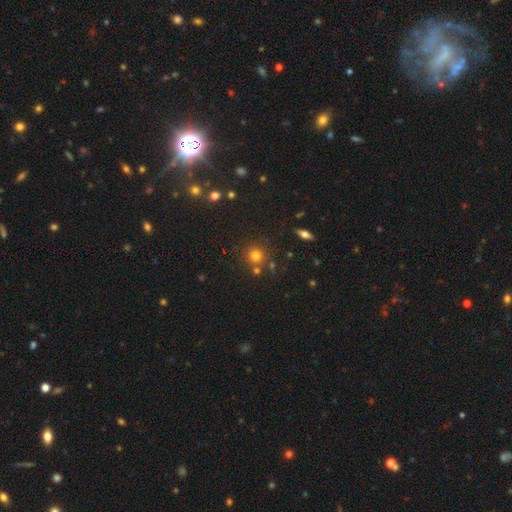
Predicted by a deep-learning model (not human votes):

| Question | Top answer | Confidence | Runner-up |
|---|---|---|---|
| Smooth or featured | smooth | 74% | star or artifact (17%) |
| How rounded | round | 92% | in between (7%) |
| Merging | none | 78% | merger (11%) |